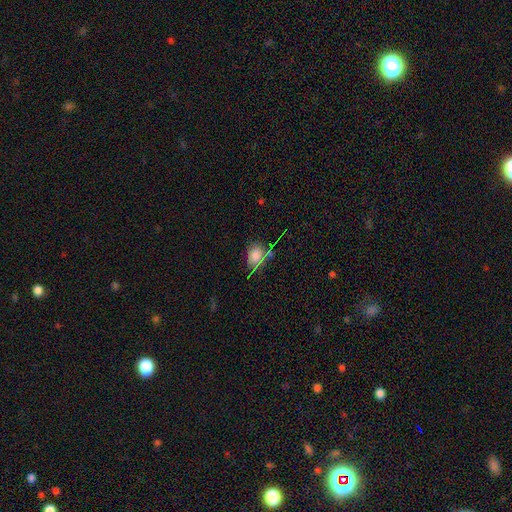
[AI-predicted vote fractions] smooth_or_featured: smooth (p=0.74) [alt: star or artifact p=0.16]
how_rounded: in between (p=0.60) [alt: round p=0.38]
merging: none (p=0.63) [alt: minor disturbance p=0.22]